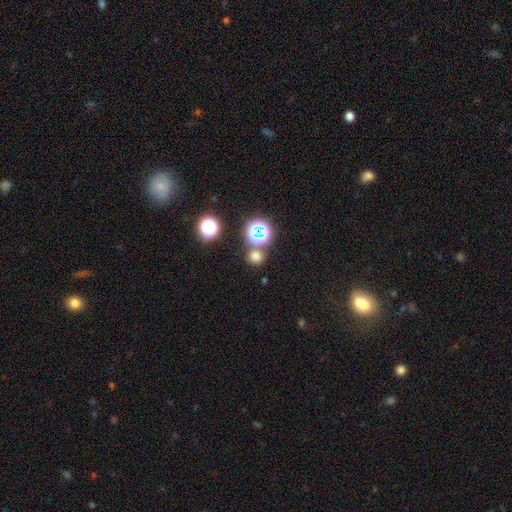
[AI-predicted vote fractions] Morphology: type=smooth (67%); roundness=round (89%); merging=none (75%).